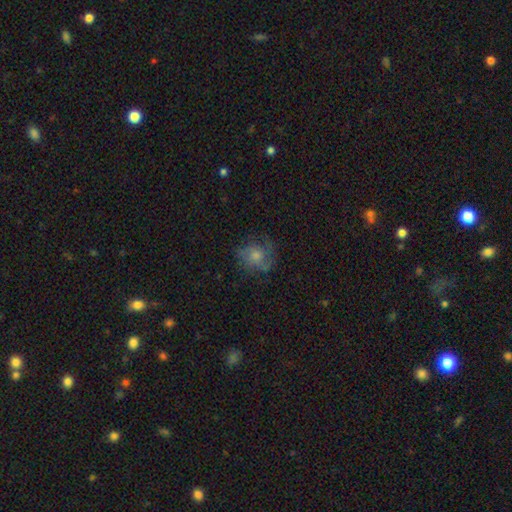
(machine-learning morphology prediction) Smooth or featured?
  - featured or disk: 45% *
  - smooth: 40%
  - star or artifact: 15%
Merging?
  - none: 68% *
  - minor disturbance: 19%
  - major disturbance: 11%
  - merger: 1%